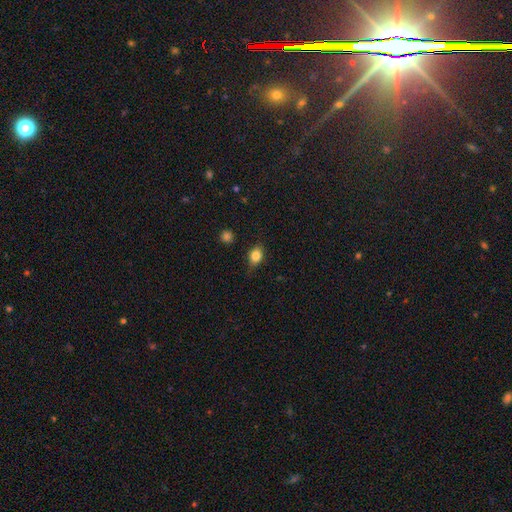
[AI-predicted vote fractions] This is clearly a smooth galaxy (82%). How rounded: possibly in between (53%). Merging: likely none (75%).